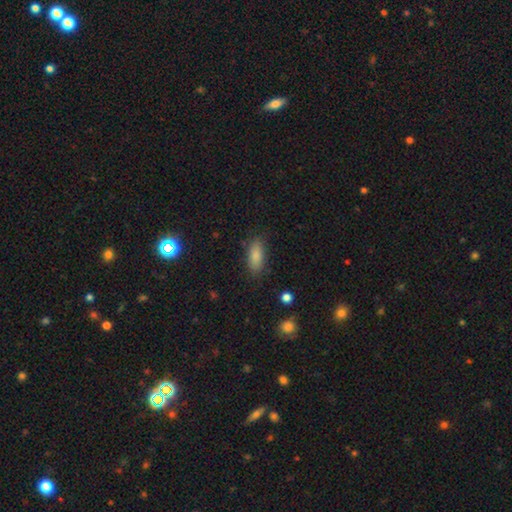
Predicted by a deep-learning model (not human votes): This is clearly a smooth galaxy (85%). How rounded: likely in between (80%). Merging: clearly none (83%).